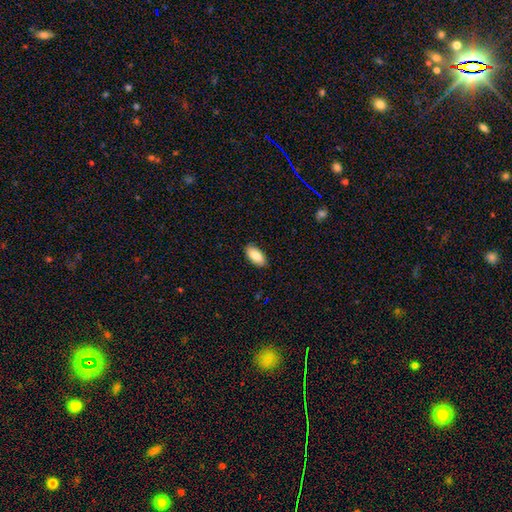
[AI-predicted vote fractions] A smooth galaxy with no disk features (84%) that is in between round and cigar-shaped (92%). Merging: none (88%).